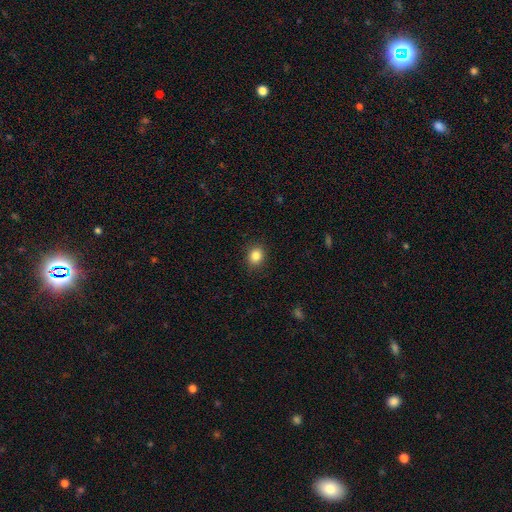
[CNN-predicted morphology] This is clearly a smooth galaxy (84%). How rounded: likely round (71%). Merging: clearly none (89%).